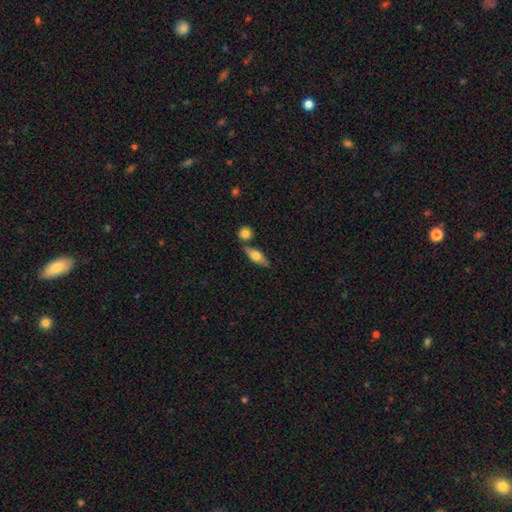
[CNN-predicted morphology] Smooth or featured? Predicted: smooth (p=0.61). How rounded? Predicted: in between (p=0.60). Merging? Predicted: none (p=0.70).